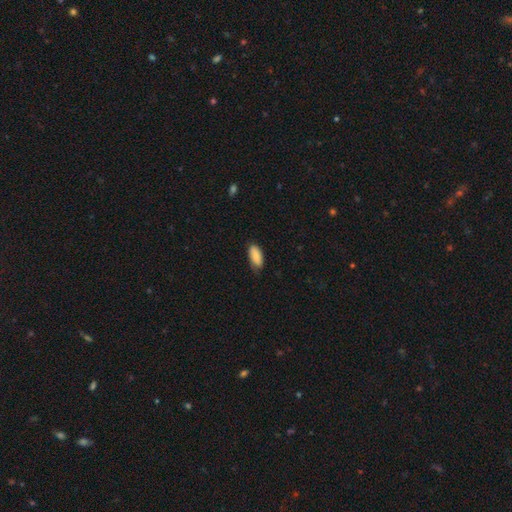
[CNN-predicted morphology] smooth-or-featured: smooth: 87% | featured or disk: 7% | star or artifact: 6%
  how-rounded: in between: 88% | cigar-shaped: 11% | round: 2%
  merging: none: 73% | minor disturbance: 22% | major disturbance: 3% | merger: 1%